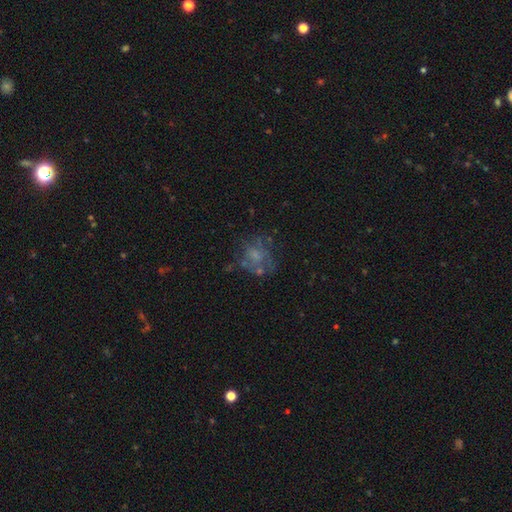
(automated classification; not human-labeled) The model was most divided on "smooth or featured": featured or disk: 50%, smooth: 34%, star or artifact: 16%. Remaining: edge-on disk — no (98%); merging — none (48%).